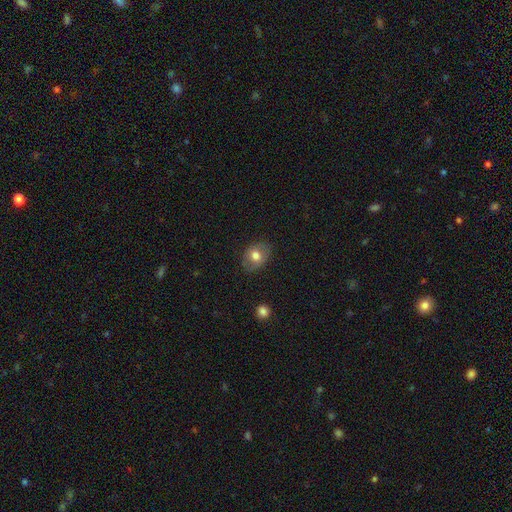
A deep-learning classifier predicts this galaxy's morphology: Smooth or featured? Predicted: smooth (p=0.70). How rounded? Predicted: in between (p=0.60). Merging? Predicted: none (p=0.80).